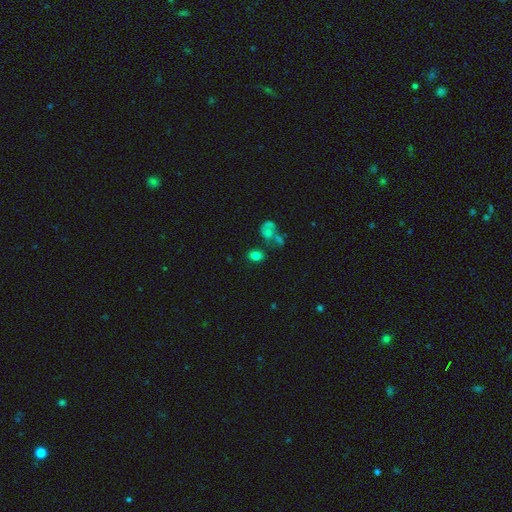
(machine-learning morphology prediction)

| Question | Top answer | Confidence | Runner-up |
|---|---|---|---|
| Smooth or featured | smooth | 75% | star or artifact (13%) |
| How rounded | in between | 66% | round (33%) |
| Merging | none | 68% | minor disturbance (13%) |